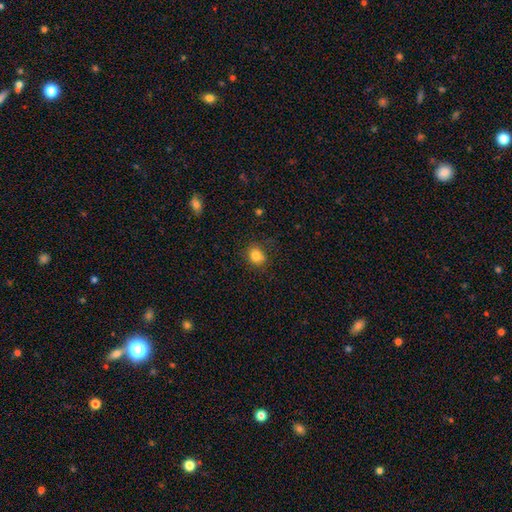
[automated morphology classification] Smooth or featured?
  - smooth: 81% *
  - star or artifact: 12%
  - featured or disk: 7%
How rounded?
  - round: 73% *
  - in between: 27%
  - cigar-shaped: 1%
Merging?
  - none: 78% *
  - minor disturbance: 14%
  - merger: 4%
  - major disturbance: 4%